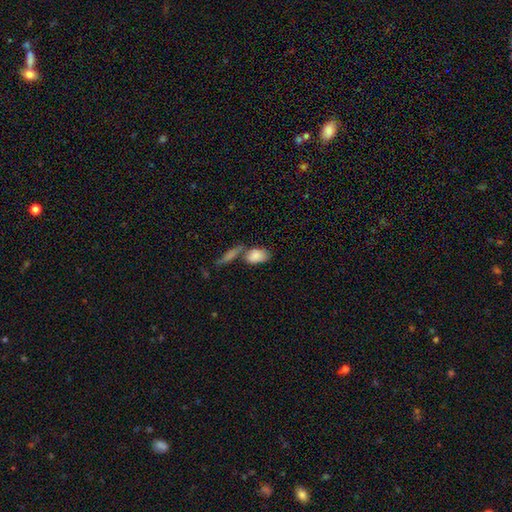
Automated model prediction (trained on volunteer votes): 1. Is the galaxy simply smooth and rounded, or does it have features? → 82% smooth, 11% featured or disk, 7% star or artifact.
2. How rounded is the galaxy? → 90% in between, 6% round, 4% cigar-shaped.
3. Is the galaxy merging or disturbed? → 40% none, 39% merger, 14% minor disturbance, 7% major disturbance.